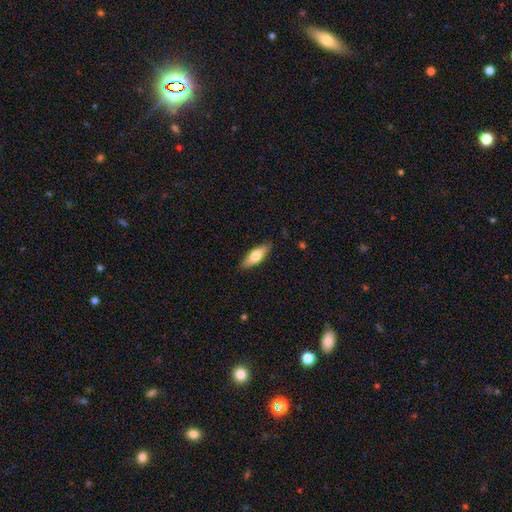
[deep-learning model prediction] This is likely a smooth galaxy (69%). How rounded: possibly in between (59%). Merging: clearly none (87%).